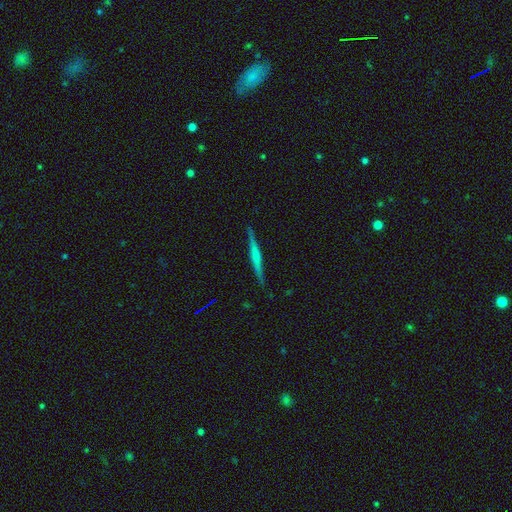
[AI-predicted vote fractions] Morphology: type=featured or disk (63%); edge-on=yes (98%); edge-on bulge=none (42%); merging=none (90%).